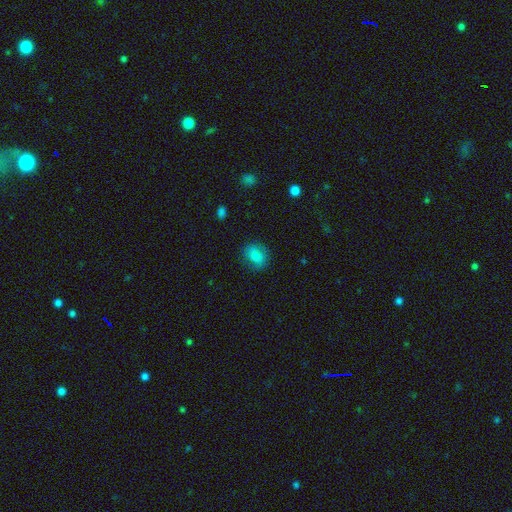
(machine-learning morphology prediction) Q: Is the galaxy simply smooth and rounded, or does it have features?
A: smooth — 82%.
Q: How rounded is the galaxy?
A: in between — 52%.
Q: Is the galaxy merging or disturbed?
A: none — 79%.